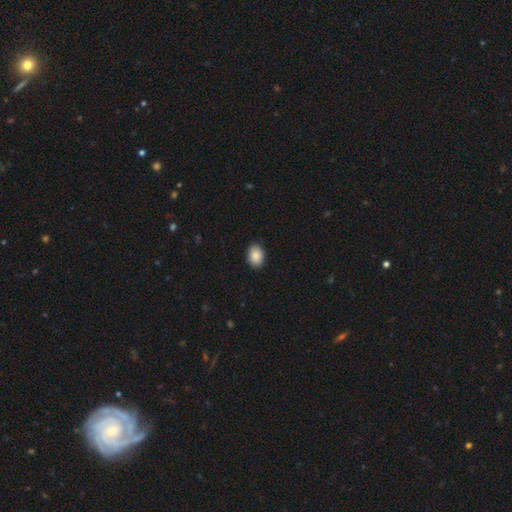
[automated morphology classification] Smooth or featured? smooth (89%)
How rounded? in between (73%)
Merging? none (90%)